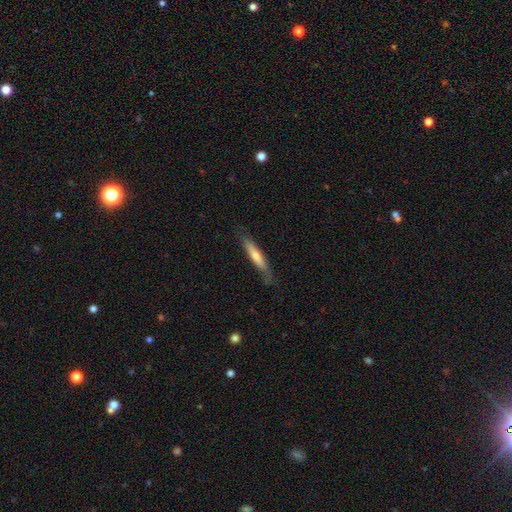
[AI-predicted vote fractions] Q: Smooth or featured?
A: smooth (51%); runner-up: featured or disk (43%)
Q: How rounded?
A: cigar-shaped (92%); runner-up: in between (7%)
Q: Merging?
A: none (76%); runner-up: minor disturbance (18%)